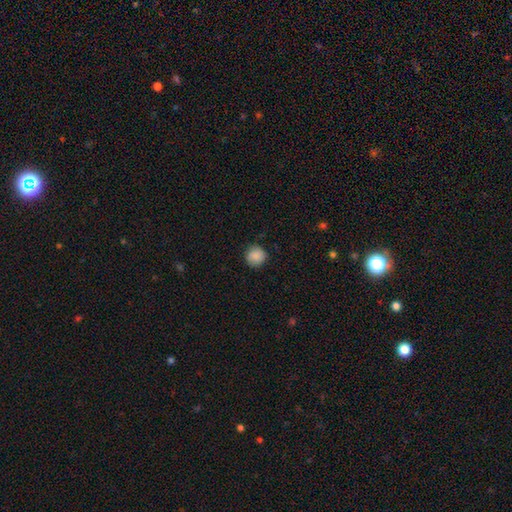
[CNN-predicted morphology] Smooth or featured?
  - smooth: 88% *
  - star or artifact: 8%
  - featured or disk: 4%
How rounded?
  - round: 92% *
  - in between: 7%
  - cigar-shaped: 1%
Merging?
  - none: 86% *
  - minor disturbance: 11%
  - major disturbance: 2%
  - merger: 1%